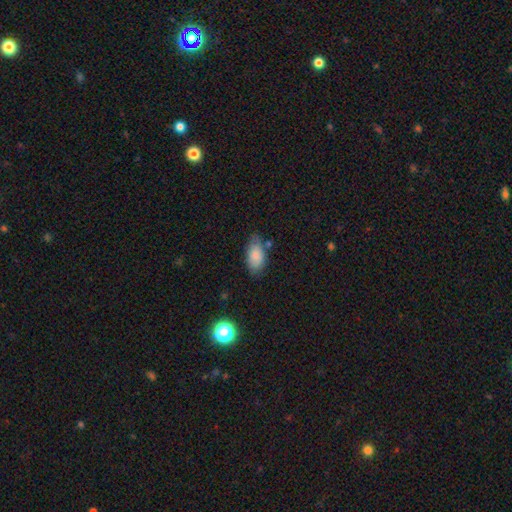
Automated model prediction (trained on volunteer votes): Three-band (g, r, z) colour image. It shows a smooth galaxy with no disk features (84%) that is in between round and cigar-shaped (93%). Merging: none (69%).